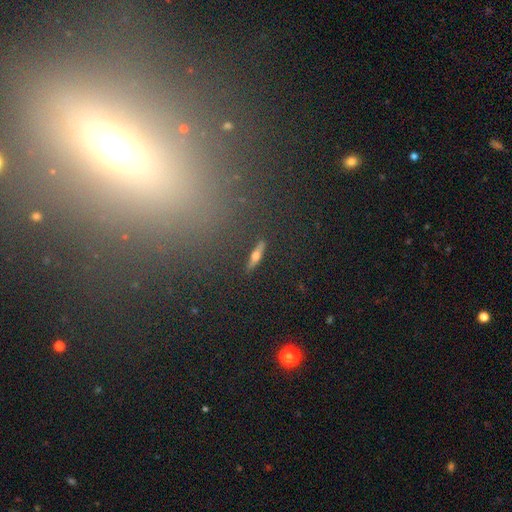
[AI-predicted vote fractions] Smooth or featured?
  - featured or disk: 53% *
  - smooth: 36%
  - star or artifact: 11%
Edge-on disk?
  - yes: 91% *
  - no: 9%
Merging?
  - none: 88% *
  - minor disturbance: 7%
  - major disturbance: 2%
  - merger: 2%